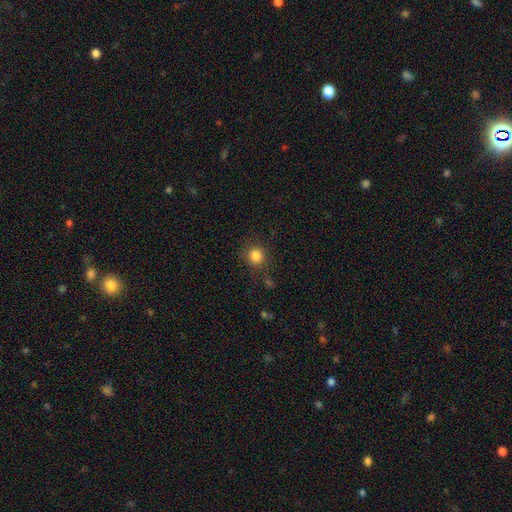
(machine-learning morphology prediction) Smooth or featured? Predicted: smooth (p=0.83). How rounded? Predicted: round (p=0.89). Merging? Predicted: none (p=0.83).